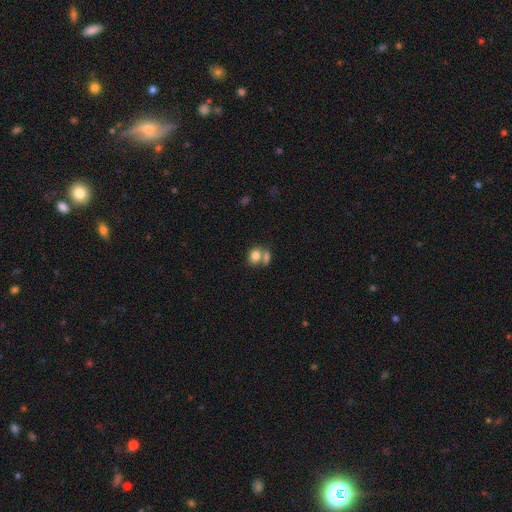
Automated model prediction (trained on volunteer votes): smooth 80%, featured or disk 10%, star or artifact 9%. Down the decision tree: how rounded — in between (60%); merging — merger (45%).